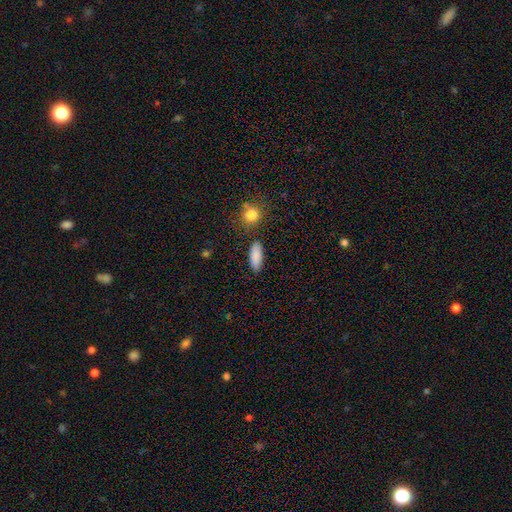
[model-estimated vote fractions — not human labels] Smooth or featured?
  - smooth: 88% *
  - star or artifact: 7%
  - featured or disk: 5%
How rounded?
  - in between: 74% *
  - cigar-shaped: 23%
  - round: 3%
Merging?
  - none: 83% *
  - minor disturbance: 10%
  - merger: 4%
  - major disturbance: 3%